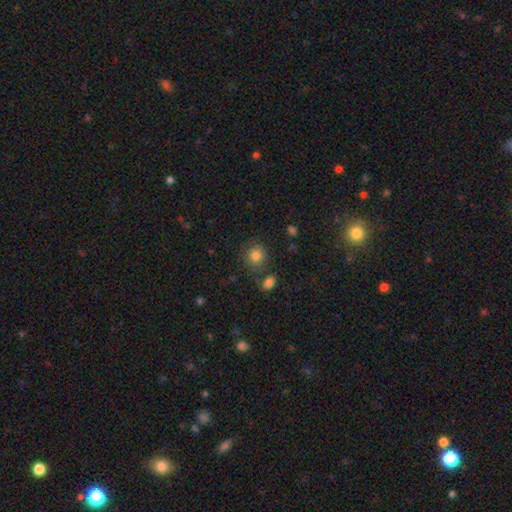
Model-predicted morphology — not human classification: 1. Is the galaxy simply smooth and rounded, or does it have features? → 82% smooth, 11% star or artifact, 7% featured or disk.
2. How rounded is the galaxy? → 84% round, 15% in between, 1% cigar-shaped.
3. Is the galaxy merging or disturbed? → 76% none, 12% minor disturbance, 8% merger, 4% major disturbance.